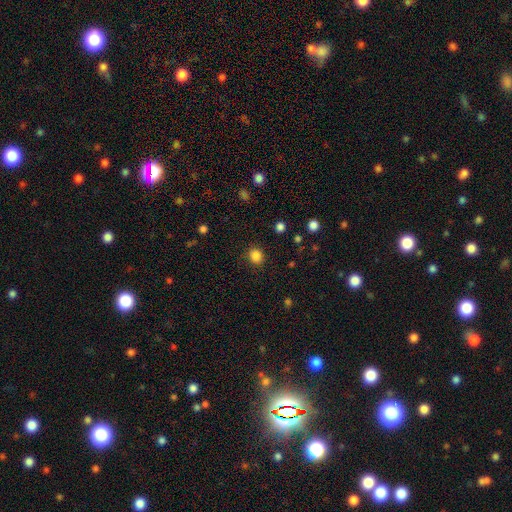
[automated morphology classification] Overall: smooth (85%). How rounded: round (80%). Merging: none (89%).